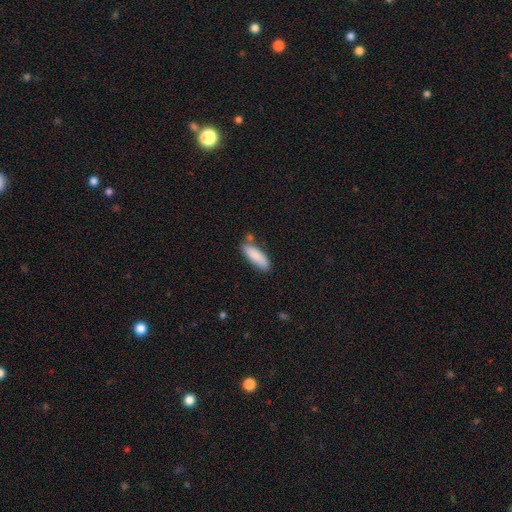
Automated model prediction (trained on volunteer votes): smooth-or-featured: smooth: 87% | featured or disk: 7% | star or artifact: 6%
  how-rounded: in between: 53% | cigar-shaped: 46% | round: 2%
  merging: none: 70% | minor disturbance: 18% | merger: 8% | major disturbance: 4%